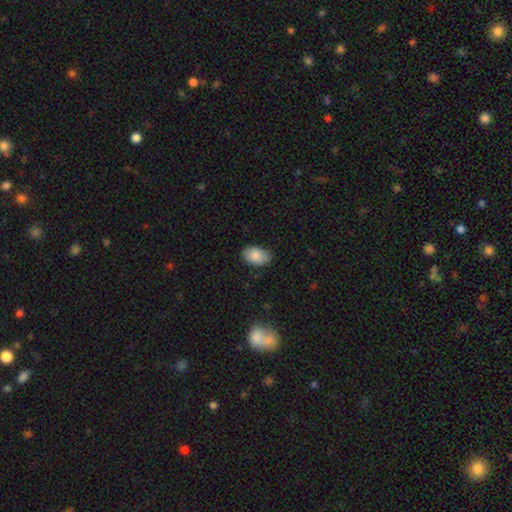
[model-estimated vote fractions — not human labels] A smooth galaxy with no disk features (87%) that is in between round and cigar-shaped (90%). Merging: none (81%).